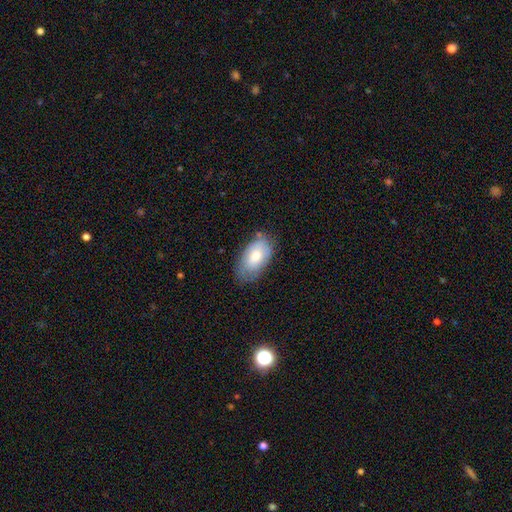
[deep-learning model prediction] This appears to be a smooth galaxy with no disk features (73%) that is in between round and cigar-shaped (94%). Merging: none (67%).